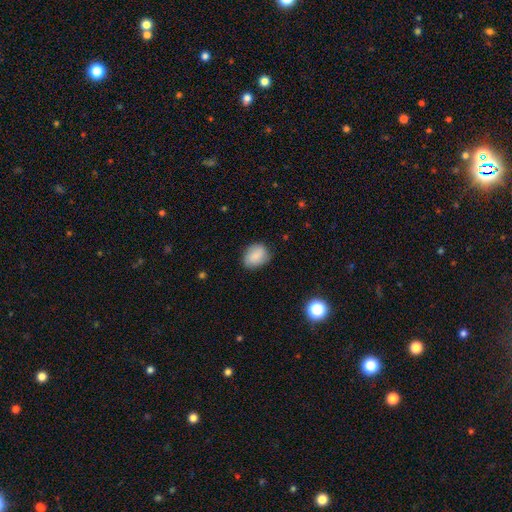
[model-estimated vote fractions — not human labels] Morphology: type=smooth (77%); roundness=in between (61%); merging=none (77%).